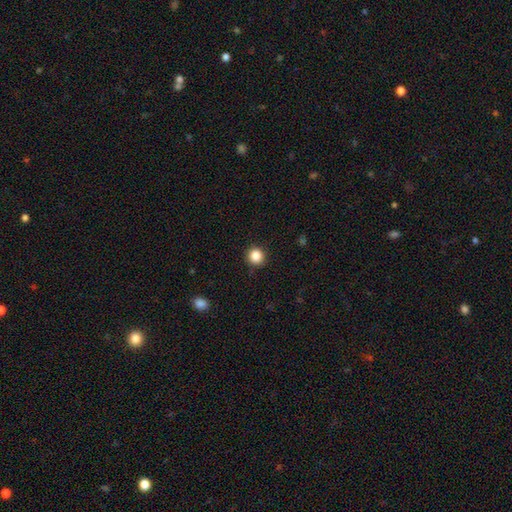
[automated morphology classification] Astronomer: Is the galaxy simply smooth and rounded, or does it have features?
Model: smooth — 85%.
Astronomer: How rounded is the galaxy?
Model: round — 93%.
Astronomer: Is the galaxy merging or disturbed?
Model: none — 92%.